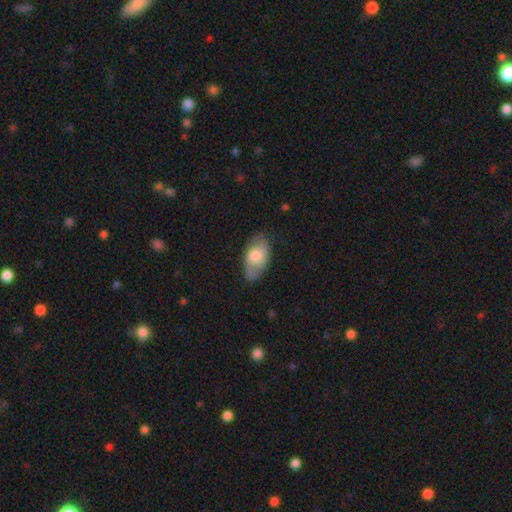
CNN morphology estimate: Smooth or featured? Predicted: smooth (p=0.61). How rounded? Predicted: in between (p=0.92). Merging? Predicted: none (p=0.72).